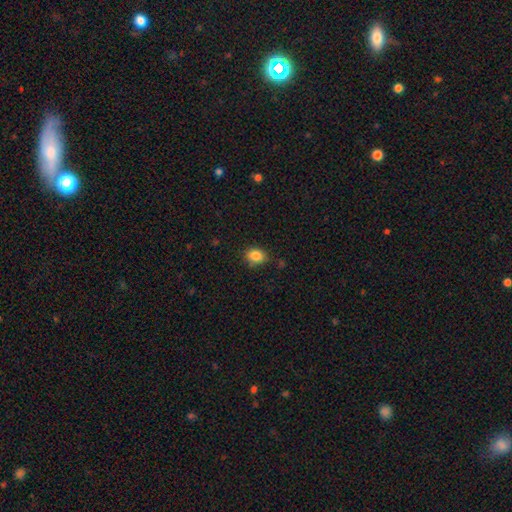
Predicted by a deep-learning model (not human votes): Q: Smooth or featured?
A: smooth (85%); runner-up: star or artifact (10%)
Q: How rounded?
A: in between (59%); runner-up: round (40%)
Q: Merging?
A: none (78%); runner-up: minor disturbance (17%)